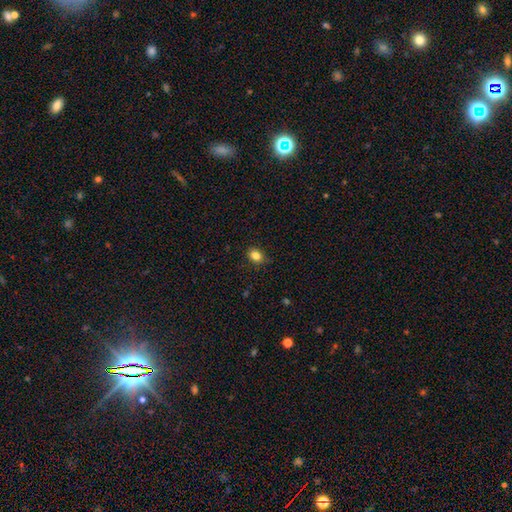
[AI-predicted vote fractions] Q: Smooth or featured?
A: smooth (84%); runner-up: star or artifact (11%)
Q: How rounded?
A: in between (51%); runner-up: round (48%)
Q: Merging?
A: none (83%); runner-up: minor disturbance (13%)